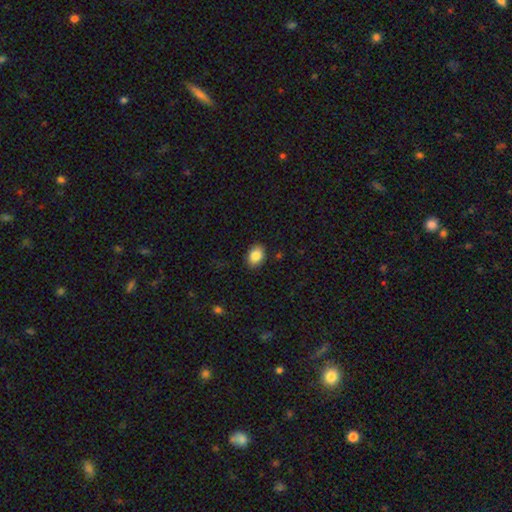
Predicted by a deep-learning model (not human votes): Morphology: type=smooth (87%); roundness=in between (77%); merging=none (88%).